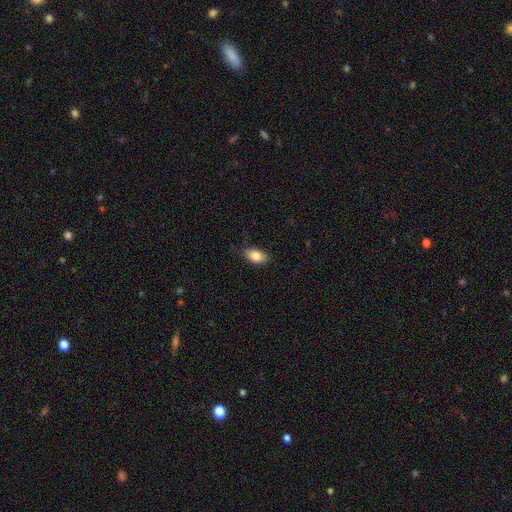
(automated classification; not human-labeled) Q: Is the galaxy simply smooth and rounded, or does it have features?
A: smooth — 85%.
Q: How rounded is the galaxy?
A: in between — 90%.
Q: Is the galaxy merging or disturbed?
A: none — 76%.